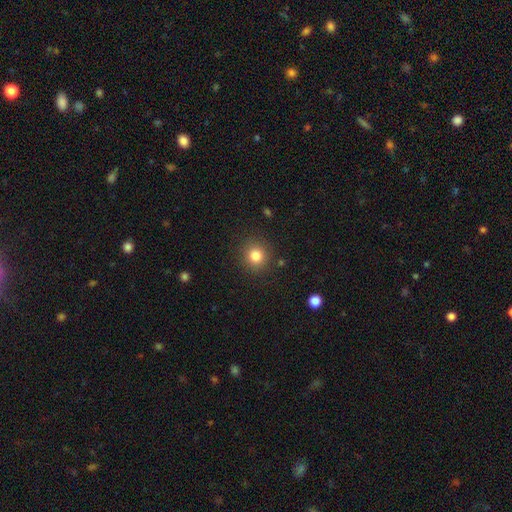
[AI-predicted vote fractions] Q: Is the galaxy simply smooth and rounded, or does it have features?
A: smooth — 82%.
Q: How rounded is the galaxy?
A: round — 90%.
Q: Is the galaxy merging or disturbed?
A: none — 88%.